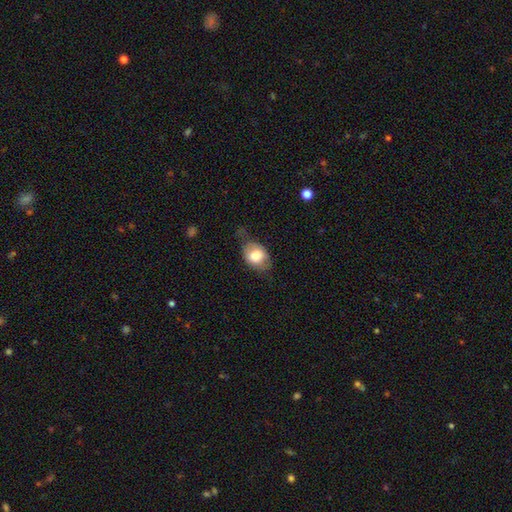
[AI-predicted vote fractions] This is likely a smooth galaxy (73%). How rounded: likely in between (69%). Merging: possibly none (49%).